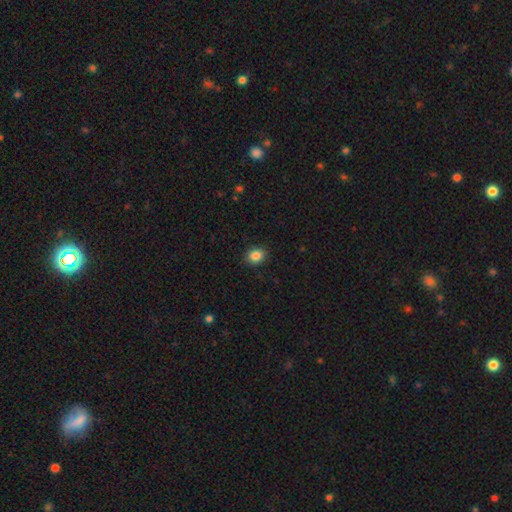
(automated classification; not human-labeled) Q: Smooth or featured?
A: smooth (86%); runner-up: star or artifact (10%)
Q: How rounded?
A: round (59%); runner-up: in between (40%)
Q: Merging?
A: none (90%); runner-up: minor disturbance (8%)